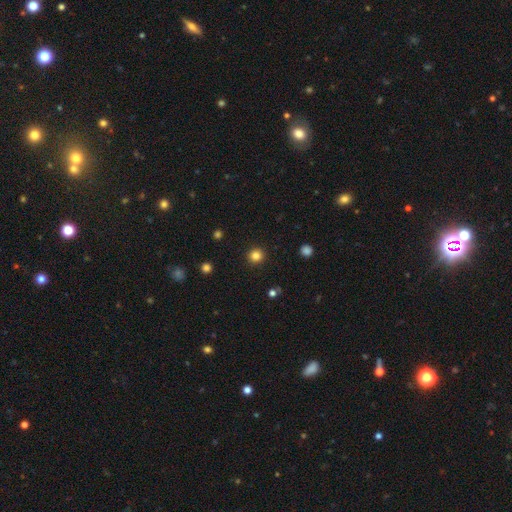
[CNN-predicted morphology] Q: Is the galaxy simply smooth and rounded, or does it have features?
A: smooth — 84%.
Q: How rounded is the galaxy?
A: round — 94%.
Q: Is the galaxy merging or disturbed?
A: none — 93%.